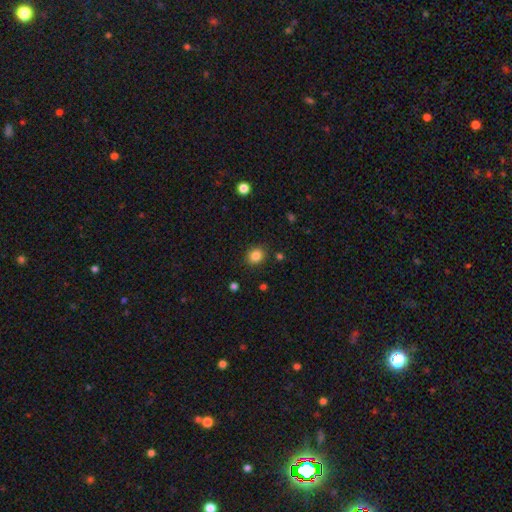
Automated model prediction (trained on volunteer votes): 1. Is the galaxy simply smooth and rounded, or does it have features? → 85% smooth, 11% star or artifact, 4% featured or disk.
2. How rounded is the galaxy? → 66% round, 34% in between, 1% cigar-shaped.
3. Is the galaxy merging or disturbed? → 87% none, 9% minor disturbance, 3% major disturbance, 2% merger.